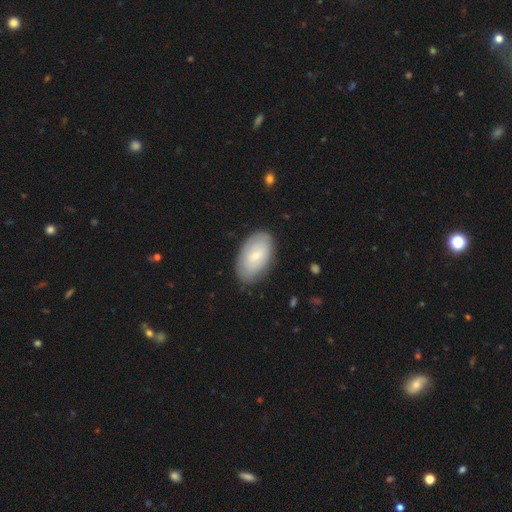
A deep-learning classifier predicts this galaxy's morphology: A smooth galaxy with no disk features (63%) that is in between round and cigar-shaped (94%). Merging: none (82%).